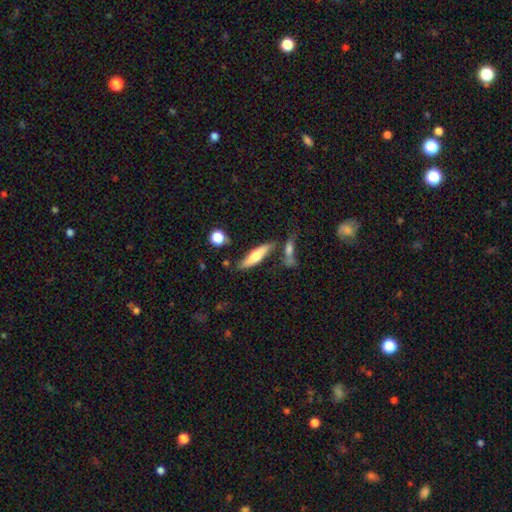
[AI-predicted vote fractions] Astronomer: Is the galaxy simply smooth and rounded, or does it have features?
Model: smooth — 58% (runner-up: featured or disk, 35%).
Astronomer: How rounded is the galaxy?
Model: cigar-shaped — 76%.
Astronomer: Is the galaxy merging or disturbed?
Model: none — 68%.